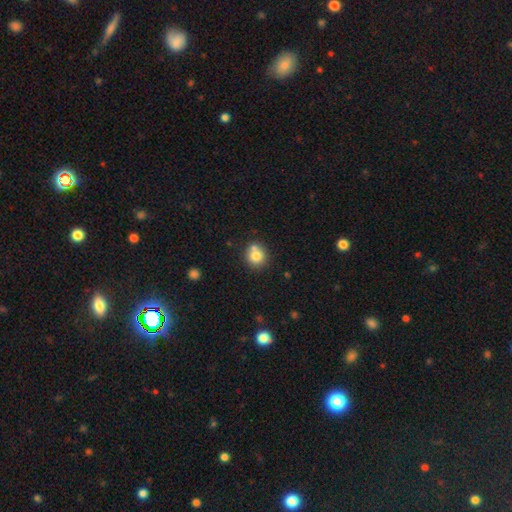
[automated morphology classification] Smooth or featured? Predicted: smooth (p=0.78). How rounded? Predicted: round (p=0.88). Merging? Predicted: none (p=0.63).